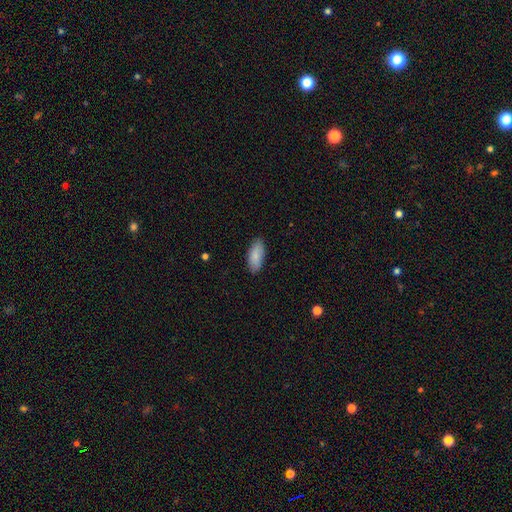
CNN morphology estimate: smooth 86%, featured or disk 8%, star or artifact 6%. Down the decision tree: how rounded — in between (88%); merging — none (86%).